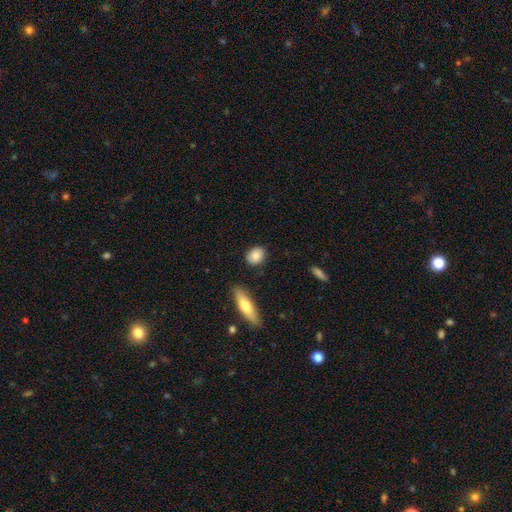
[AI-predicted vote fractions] Smooth or featured? Predicted: smooth (p=0.86). How rounded? Predicted: round (p=0.50). Merging? Predicted: none (p=0.83).